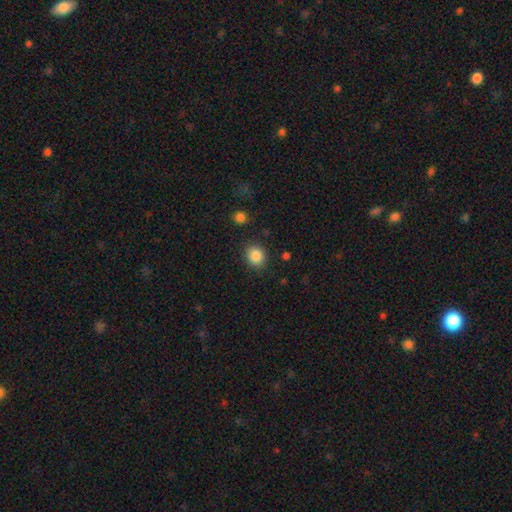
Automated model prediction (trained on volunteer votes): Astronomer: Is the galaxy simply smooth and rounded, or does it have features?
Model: smooth — 87%.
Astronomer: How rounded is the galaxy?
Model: round — 72%.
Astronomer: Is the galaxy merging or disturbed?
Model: none — 87%.